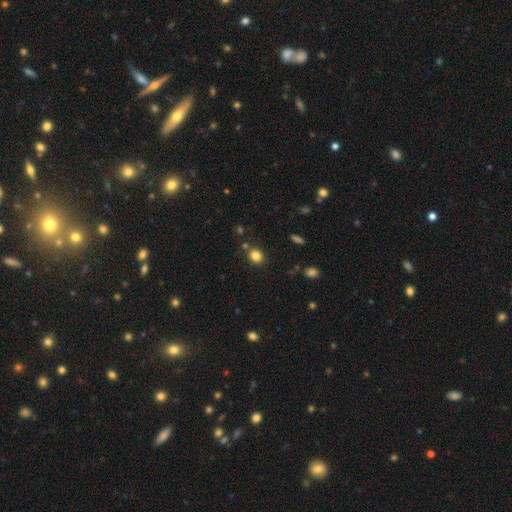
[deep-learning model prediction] This is clearly a smooth galaxy (83%). How rounded: possibly round (59%). Merging: likely none (80%).